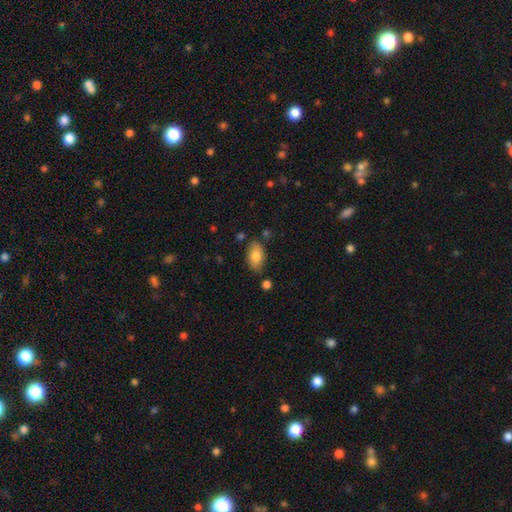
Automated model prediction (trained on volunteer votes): Q: Smooth or featured?
A: smooth (80%); runner-up: featured or disk (13%)
Q: How rounded?
A: in between (92%); runner-up: round (6%)
Q: Merging?
A: none (79%); runner-up: minor disturbance (14%)